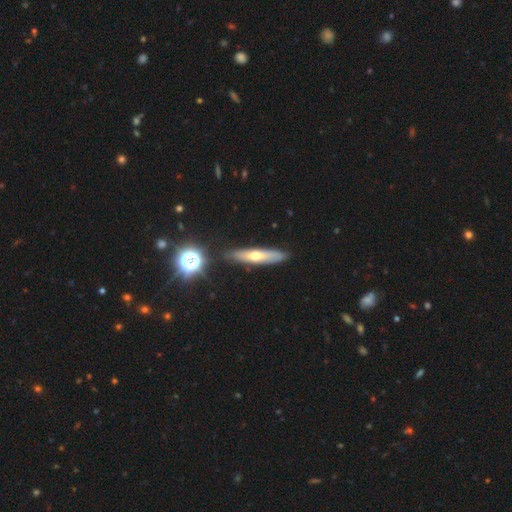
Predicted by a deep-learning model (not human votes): This is possibly a smooth galaxy (48%). Merging: clearly none (85%).